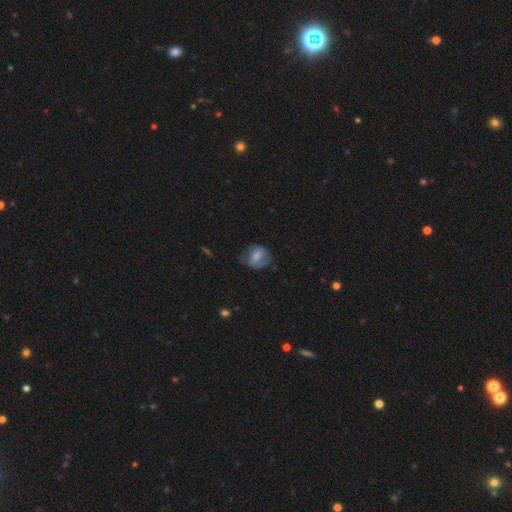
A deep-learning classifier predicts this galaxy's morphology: smooth-or-featured: featured or disk: 47% | smooth: 41% | star or artifact: 11%
  merging: none: 64% | minor disturbance: 23% | major disturbance: 11% | merger: 2%